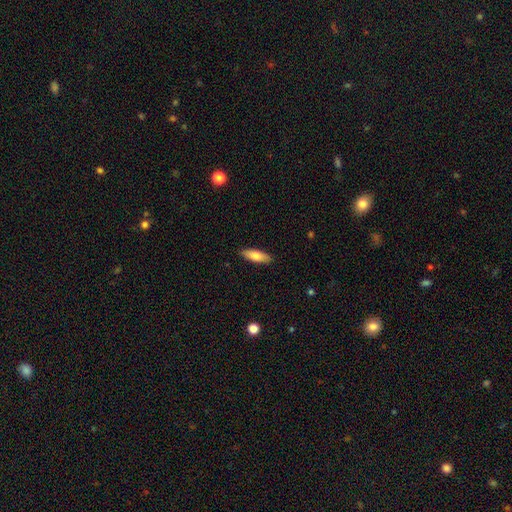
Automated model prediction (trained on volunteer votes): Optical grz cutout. It shows a smooth galaxy with no disk features (75%) that is in between round and cigar-shaped (57%). Merging: none (89%).